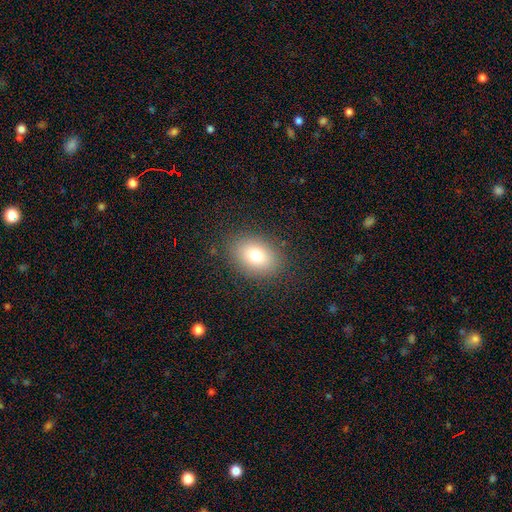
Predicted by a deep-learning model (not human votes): Smooth or featured?
  - smooth: 76% *
  - featured or disk: 13%
  - star or artifact: 11%
How rounded?
  - in between: 71% *
  - round: 28%
  - cigar-shaped: 1%
Merging?
  - none: 85% *
  - minor disturbance: 10%
  - major disturbance: 4%
  - merger: 1%